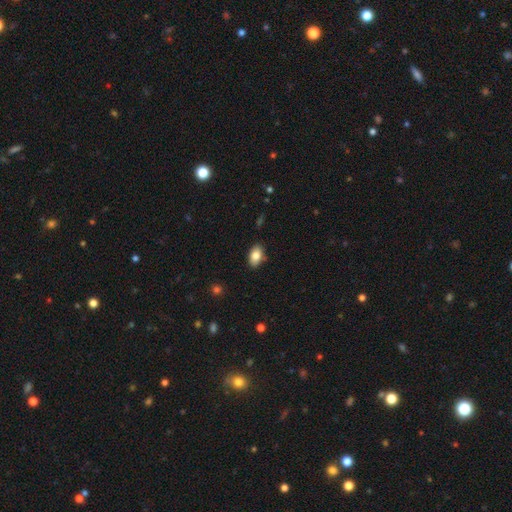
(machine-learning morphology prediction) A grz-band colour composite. It shows a smooth galaxy with no disk features (83%) that is in between round and cigar-shaped (91%). Merging: none (86%).